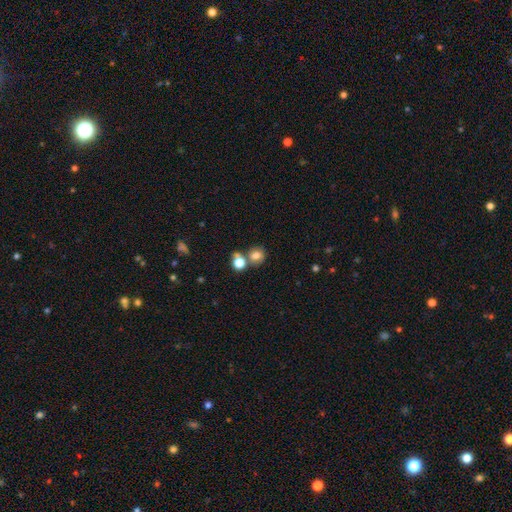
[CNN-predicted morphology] Smooth or featured? Predicted: smooth (p=0.75). How rounded? Predicted: round (p=0.77). Merging? Predicted: none (p=0.52).